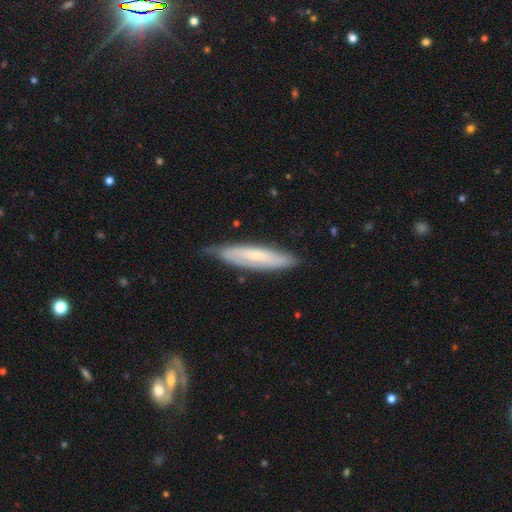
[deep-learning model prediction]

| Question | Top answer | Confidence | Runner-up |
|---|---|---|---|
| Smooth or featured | featured or disk | 51% | smooth (43%) |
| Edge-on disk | yes | 53% | no (47%) |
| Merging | none | 66% | minor disturbance (27%) |